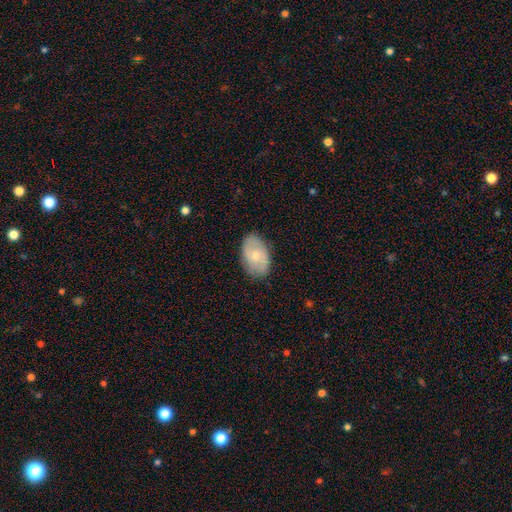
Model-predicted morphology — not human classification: Overall: smooth (60%; featured or disk 34%). How rounded: in between (88%). Merging: none (82%).